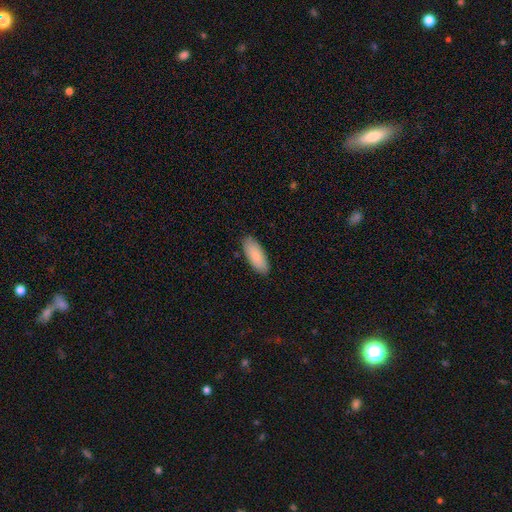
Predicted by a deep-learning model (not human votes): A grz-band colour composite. It shows a smooth galaxy with no disk features (84%) that is in between round and cigar-shaped (83%). Merging: none (85%).